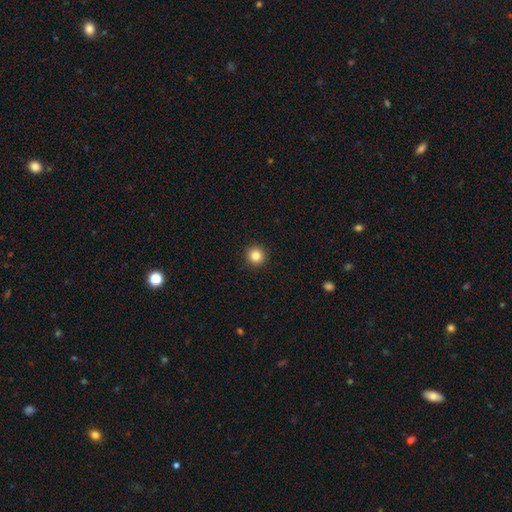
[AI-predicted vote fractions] Smooth or featured? Predicted: smooth (p=0.83). How rounded? Predicted: round (p=0.95). Merging? Predicted: none (p=0.93).